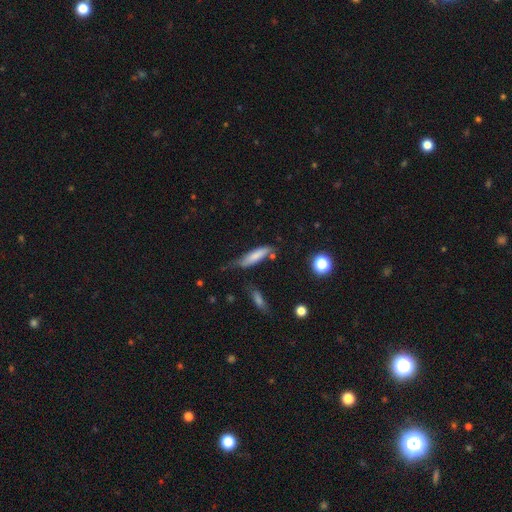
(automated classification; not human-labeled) The model was most divided on "merging": none: 51%, minor disturbance: 32%, major disturbance: 11%, merger: 6%. More confident: smooth or featured — smooth (74%); how rounded — cigar-shaped (68%).